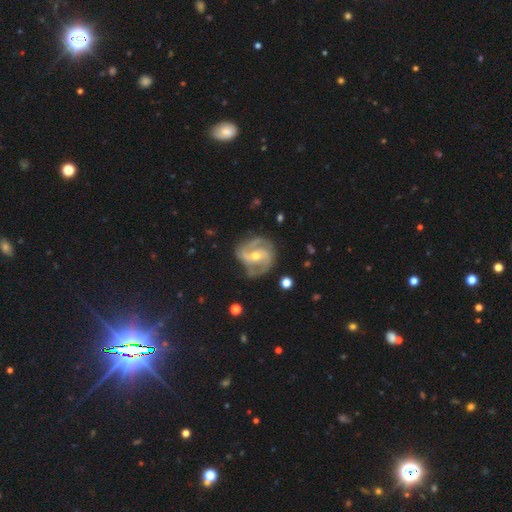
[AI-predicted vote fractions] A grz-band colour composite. It shows a featured or disk galaxy (90%) with a weak bar (40%), 2 (63%) medium (53%) spiral arms (97%) and a moderate central bulge (50%). Merging: none (72%).